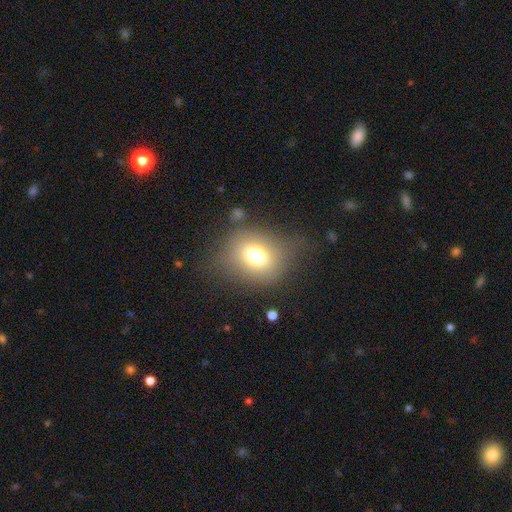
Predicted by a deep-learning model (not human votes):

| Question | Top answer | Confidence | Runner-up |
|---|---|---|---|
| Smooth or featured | smooth | 71% | featured or disk (16%) |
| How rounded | round | 51% | in between (48%) |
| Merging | none | 64% | minor disturbance (19%) |